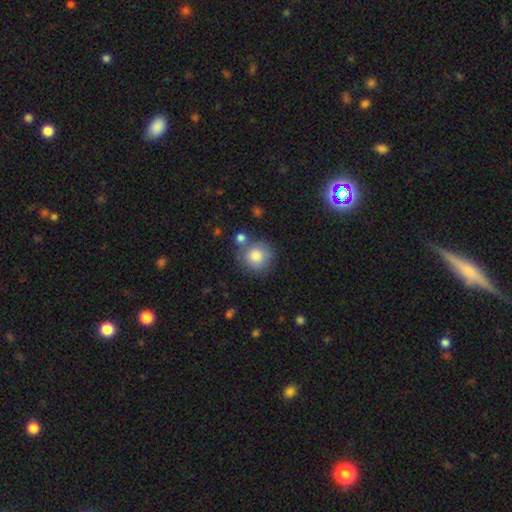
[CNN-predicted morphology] A smooth galaxy with no disk features (84%) that is round (90%). Merging: none (67%).